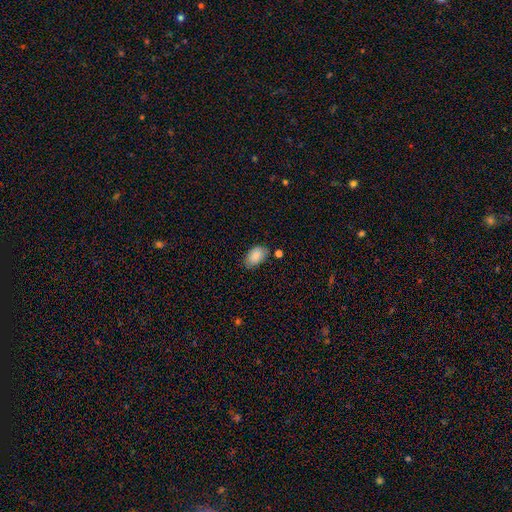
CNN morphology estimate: type=smooth (87%); roundness=in between (93%); merging=none (75%).